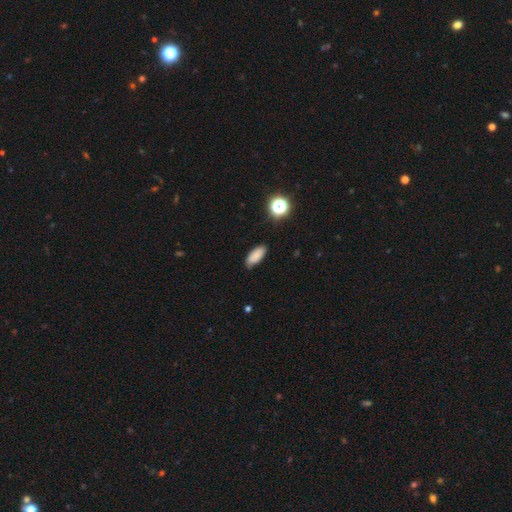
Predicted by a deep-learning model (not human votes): This is clearly a smooth galaxy (82%). How rounded: clearly in between (86%). Merging: likely none (76%).